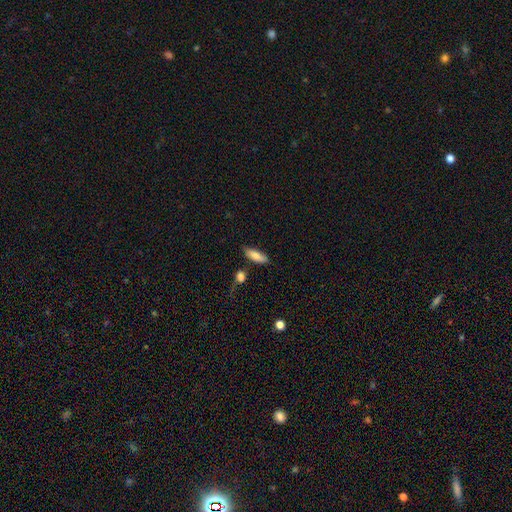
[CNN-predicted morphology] smooth 84%, featured or disk 10%, star or artifact 7%. Down the decision tree: how rounded — in between (66%); merging — none (70%).